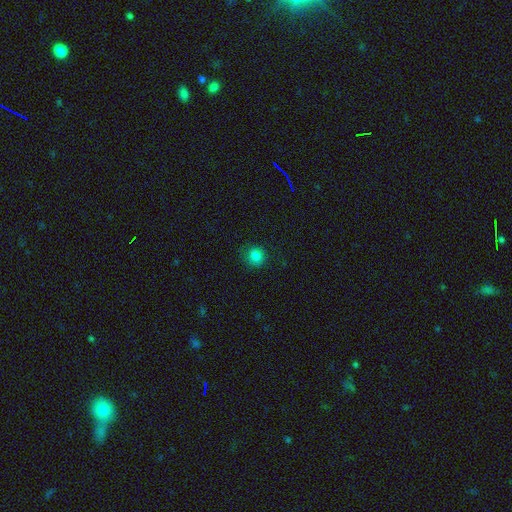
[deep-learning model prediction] Morphology: type=smooth (82%); roundness=round (90%); merging=none (84%).